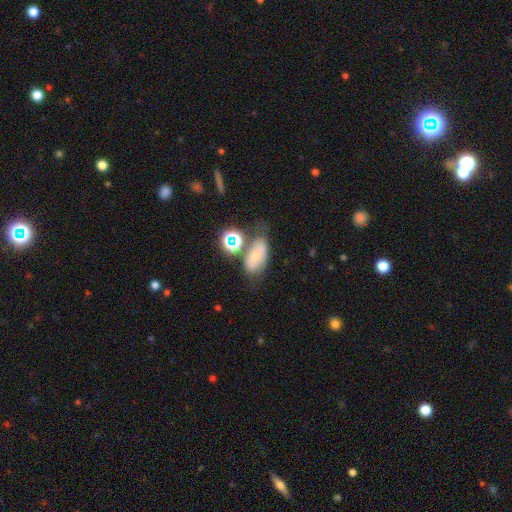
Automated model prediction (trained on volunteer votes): smooth 54%, featured or disk 29%, star or artifact 17%. Down the decision tree: how rounded — in between (81%); merging — none (51%).